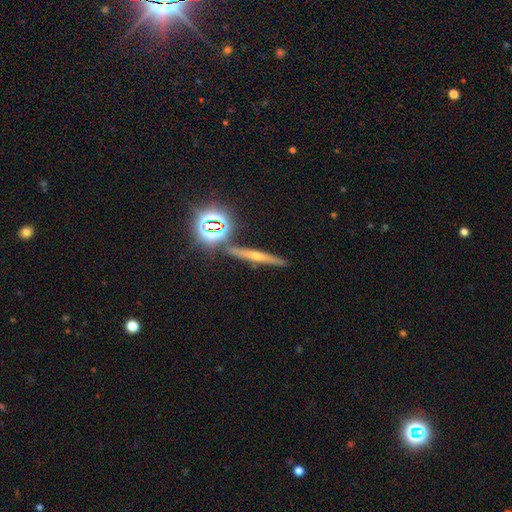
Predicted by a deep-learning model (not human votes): Q: Smooth or featured?
A: featured or disk (54%); runner-up: star or artifact (30%)
Q: Edge-on disk?
A: yes (88%); runner-up: no (12%)
Q: Merging?
A: none (81%); runner-up: minor disturbance (8%)